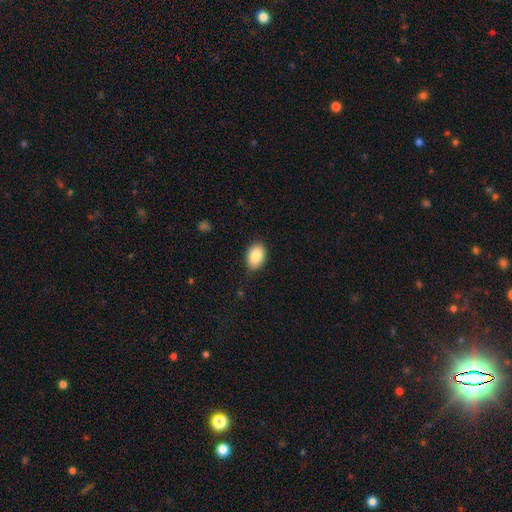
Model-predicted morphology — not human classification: Overall: smooth (85%). How rounded: in between (87%). Merging: none (84%).